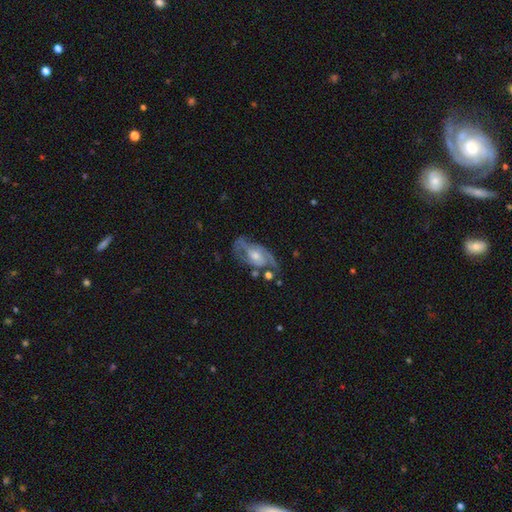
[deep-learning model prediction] Smooth or featured? featured or disk (82%)
Edge-on disk? no (94%)
Bar? no (58%)
Spiral arms? yes (90%)
Spiral winding? medium (49%)
Spiral arm count? 2 (73%)
Bulge size? moderate (56%)
Merging? none (61%)